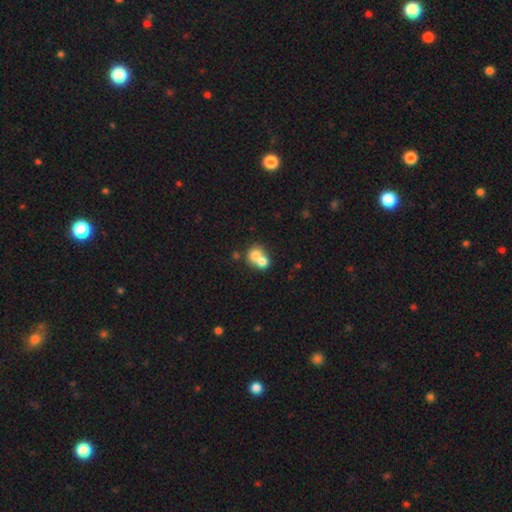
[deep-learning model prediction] smooth 70%, featured or disk 20%, star or artifact 10%. Down the decision tree: how rounded — round (70%); merging — merger (68%).